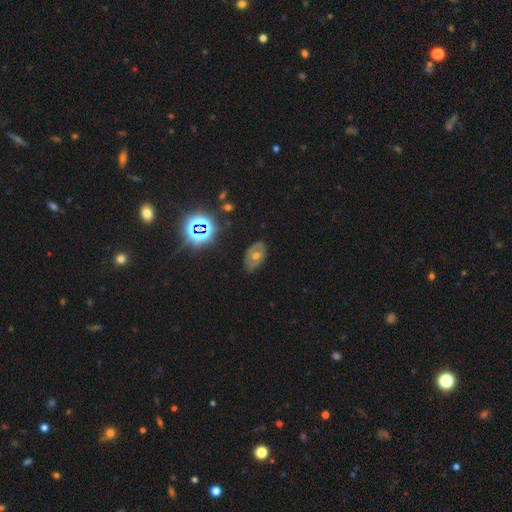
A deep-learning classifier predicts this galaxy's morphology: Smooth or featured? Predicted: featured or disk (p=0.43). Merging? Predicted: none (p=0.74).